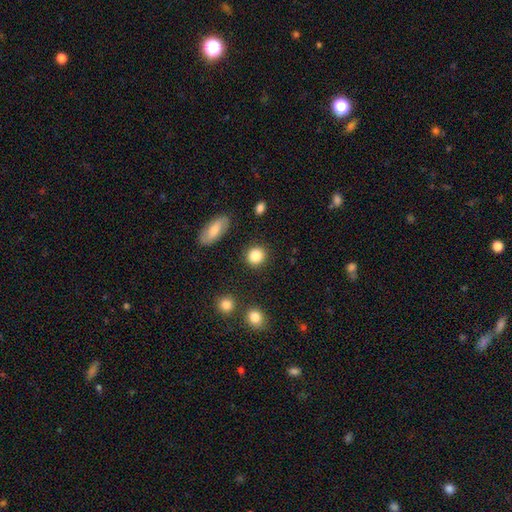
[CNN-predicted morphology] This appears to be a smooth galaxy with no disk features (86%) that is round (84%). Merging: none (88%).